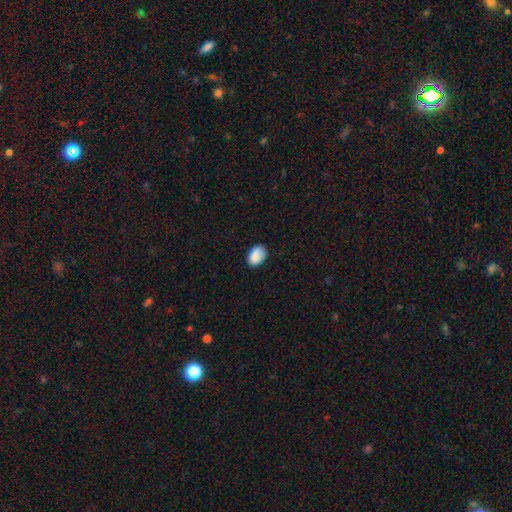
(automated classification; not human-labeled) Smooth or featured: smooth — 88% (star or artifact — 7%)
How rounded: in between — 86% (round — 12%)
Merging: none — 79% (minor disturbance — 17%)